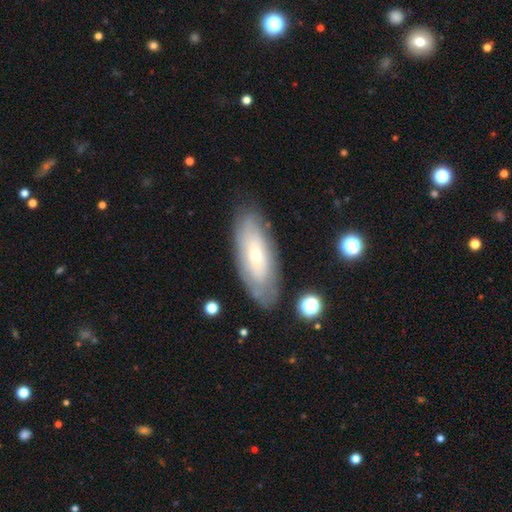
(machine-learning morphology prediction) A featured or disk galaxy (51%). Merging: none (79%).